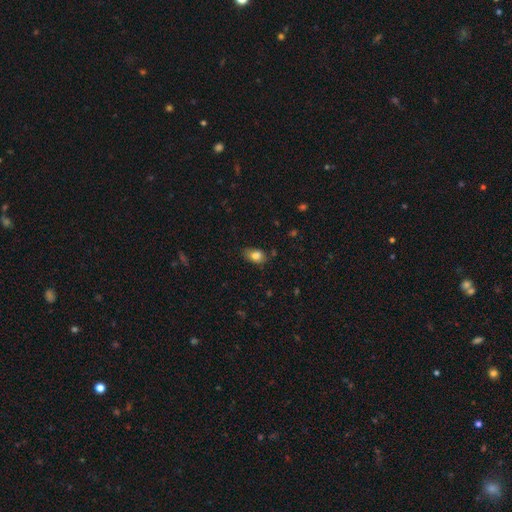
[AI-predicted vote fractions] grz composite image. It shows a smooth galaxy with no disk features (82%) that is in between round and cigar-shaped (83%). Merging: none (74%).